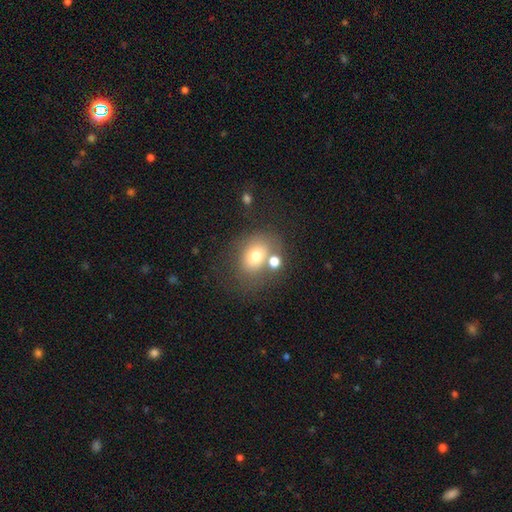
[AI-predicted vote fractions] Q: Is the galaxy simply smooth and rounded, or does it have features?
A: smooth — 70%.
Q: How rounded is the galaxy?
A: in between — 50%.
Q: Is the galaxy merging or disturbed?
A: none — 52%.